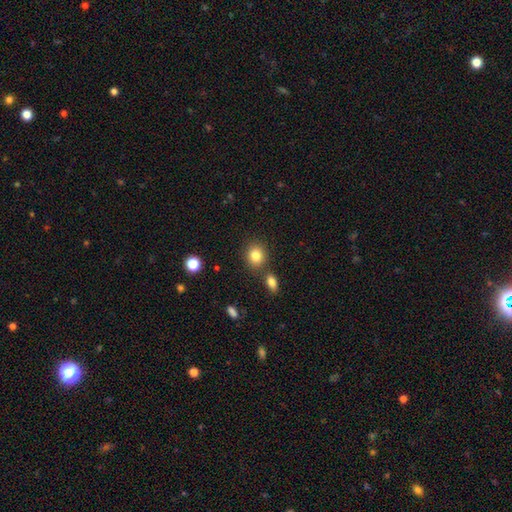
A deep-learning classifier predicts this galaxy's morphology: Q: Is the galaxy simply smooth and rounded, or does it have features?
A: smooth — 82%.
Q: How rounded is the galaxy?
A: round — 75%.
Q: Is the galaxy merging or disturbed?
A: none — 77%.